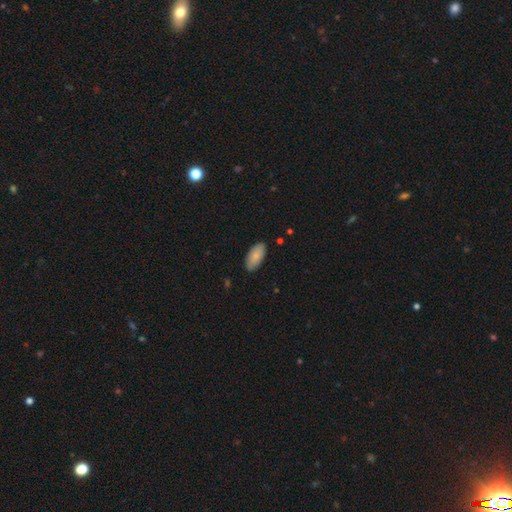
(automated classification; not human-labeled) smooth-or-featured: smooth: 84% | featured or disk: 10% | star or artifact: 6%
  how-rounded: in between: 92% | cigar-shaped: 6% | round: 2%
  merging: none: 86% | minor disturbance: 11% | major disturbance: 2% | merger: 1%